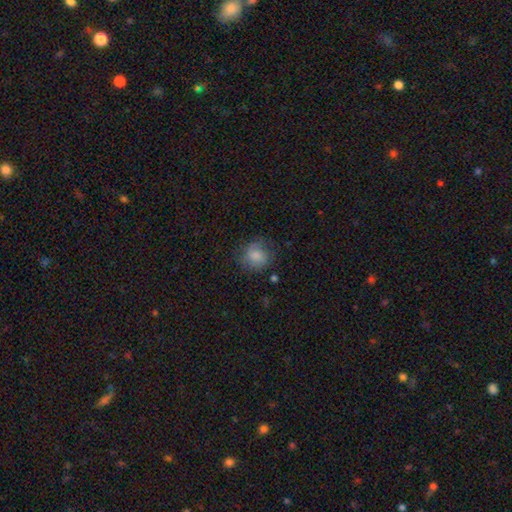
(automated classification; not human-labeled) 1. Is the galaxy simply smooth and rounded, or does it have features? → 78% smooth, 13% featured or disk, 9% star or artifact.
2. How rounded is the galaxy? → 79% round, 20% in between, 1% cigar-shaped.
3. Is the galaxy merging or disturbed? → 69% none, 21% minor disturbance, 8% major disturbance, 2% merger.